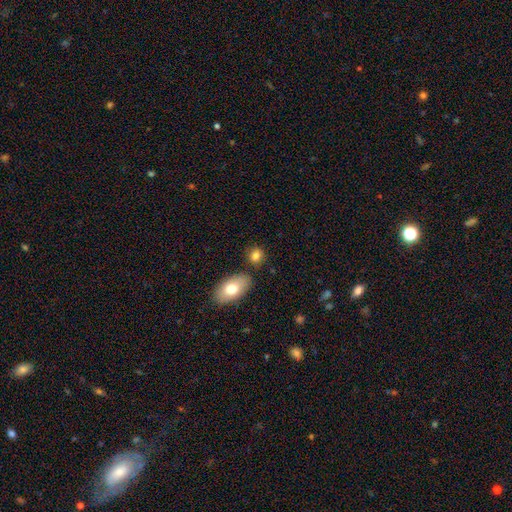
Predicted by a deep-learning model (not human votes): smooth_or_featured: smooth (p=0.81) [alt: featured or disk p=0.10]
how_rounded: round (p=0.61) [alt: in between p=0.37]
merging: none (p=0.76) [alt: minor disturbance p=0.11]